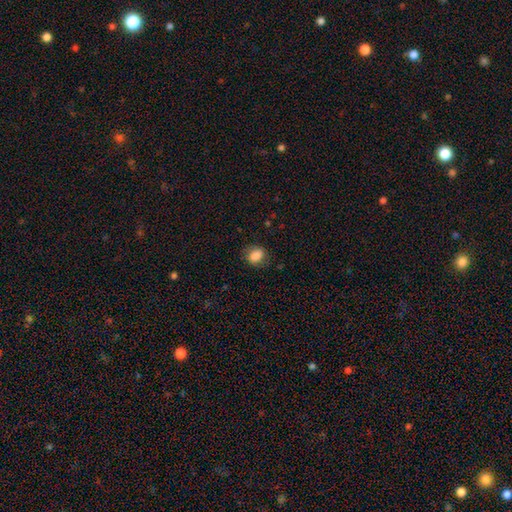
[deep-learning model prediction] A smooth galaxy with no disk features (83%) that is in between round and cigar-shaped (53%). Merging: none (76%).